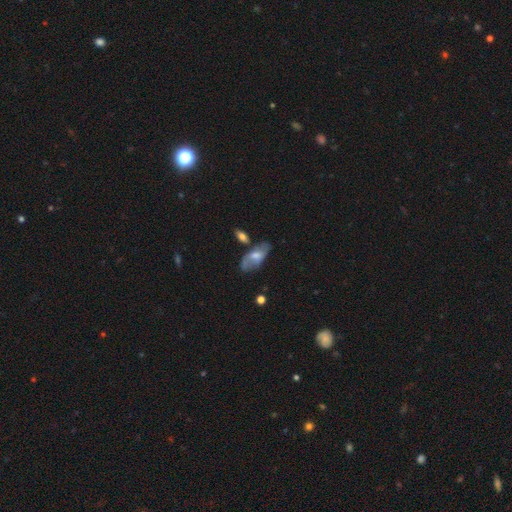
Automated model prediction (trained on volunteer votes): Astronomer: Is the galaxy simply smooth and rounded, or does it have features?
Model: featured or disk — 47% (runner-up: smooth, 46%).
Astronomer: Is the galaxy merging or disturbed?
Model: none — 57%.